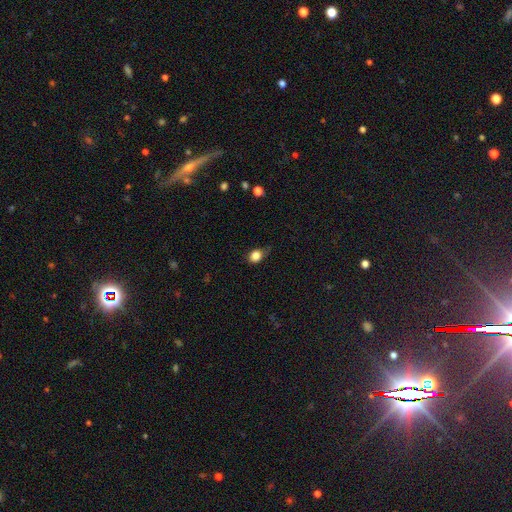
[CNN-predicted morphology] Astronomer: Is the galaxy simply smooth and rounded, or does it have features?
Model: smooth — 84%.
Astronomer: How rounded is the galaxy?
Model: round — 52% (runner-up: in between, 47%).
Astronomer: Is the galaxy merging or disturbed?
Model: none — 63%.